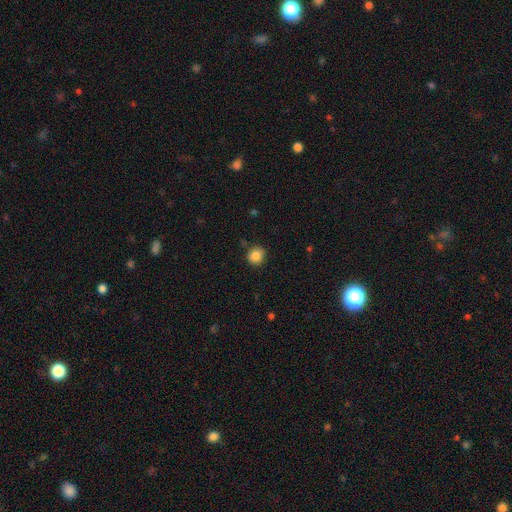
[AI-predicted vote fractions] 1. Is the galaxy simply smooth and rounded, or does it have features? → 85% smooth, 10% star or artifact, 5% featured or disk.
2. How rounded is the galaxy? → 88% round, 11% in between, 1% cigar-shaped.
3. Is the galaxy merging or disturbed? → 84% none, 11% minor disturbance, 3% major disturbance, 2% merger.